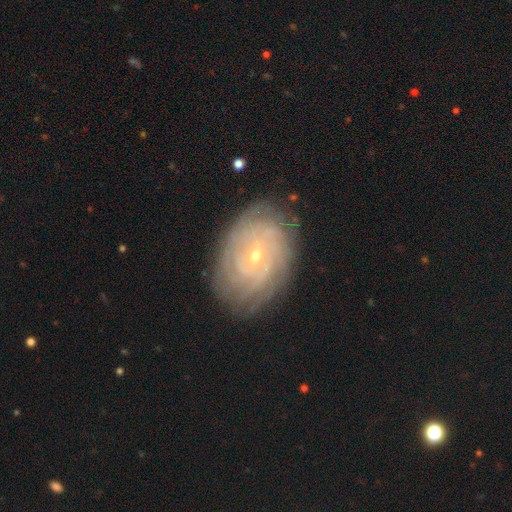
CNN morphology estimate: Smooth or featured? Predicted: featured or disk (p=0.86). Edge-on disk? Predicted: no (p=0.96). Bar? Predicted: weak (p=0.45). Spiral arms? Predicted: yes (p=0.96). Spiral winding? Predicted: tight (p=0.83). Spiral arm count? Predicted: can't tell (p=0.37). Bulge size? Predicted: small (p=0.71). Merging? Predicted: none (p=0.83).